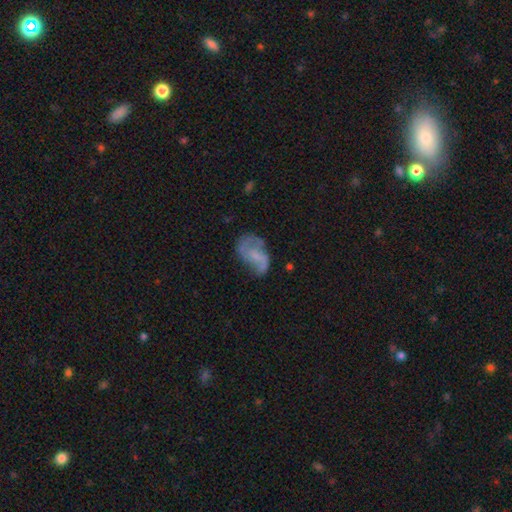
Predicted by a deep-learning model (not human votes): Smooth or featured: featured or disk — 63% (smooth — 28%)
Edge-on disk: no — 97% (yes — 3%)
Bar: no — 51% (weak — 39%)
Spiral arms: yes — 76% (no — 24%)
Bulge size: none — 46% (small — 34%)
Merging: none — 44% (minor disturbance — 27%)